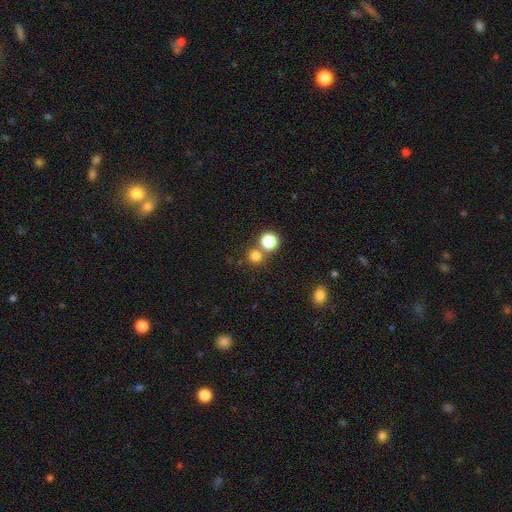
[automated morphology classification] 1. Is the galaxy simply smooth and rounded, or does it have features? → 75% smooth, 19% star or artifact, 7% featured or disk.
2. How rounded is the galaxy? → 92% round, 7% in between, 1% cigar-shaped.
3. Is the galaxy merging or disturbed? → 66% none, 25% merger, 6% minor disturbance, 3% major disturbance.